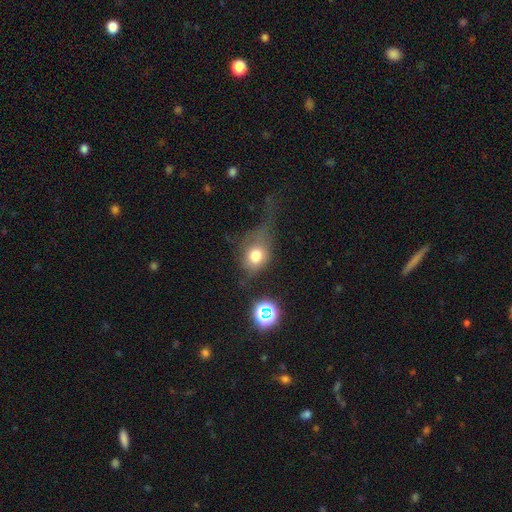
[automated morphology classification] smooth_or_featured: smooth (p=0.69) [alt: featured or disk p=0.17]
how_rounded: round (p=0.49) [alt: in between p=0.48]
merging: major disturbance (p=0.42) [alt: none p=0.31]